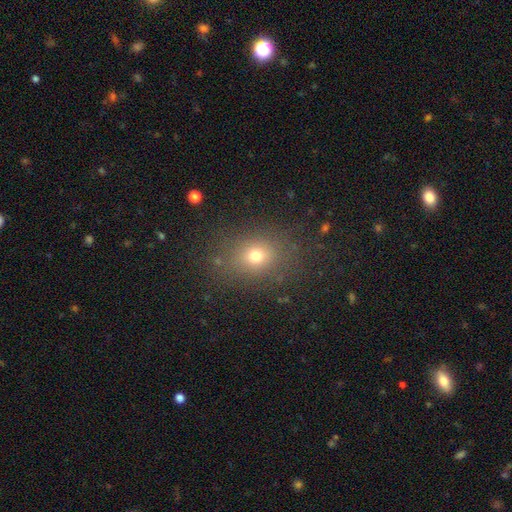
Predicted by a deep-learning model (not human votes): smooth-or-featured: smooth: 70% | star or artifact: 19% | featured or disk: 11%
  how-rounded: round: 57% | in between: 42% | cigar-shaped: 1%
  merging: none: 81% | minor disturbance: 11% | major disturbance: 6% | merger: 2%